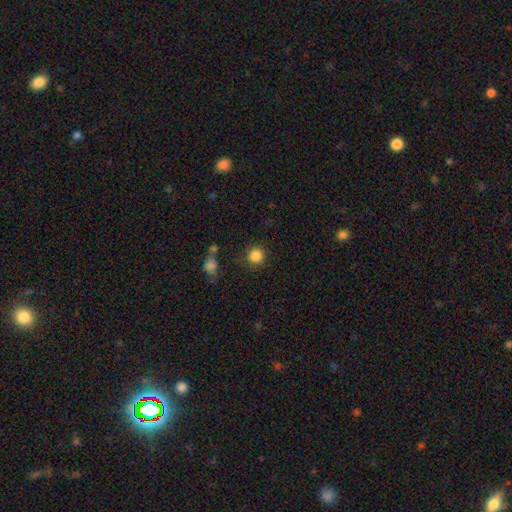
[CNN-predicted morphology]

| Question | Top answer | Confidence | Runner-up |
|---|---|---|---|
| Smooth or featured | smooth | 85% | star or artifact (10%) |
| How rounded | round | 94% | in between (5%) |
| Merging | none | 84% | minor disturbance (9%) |